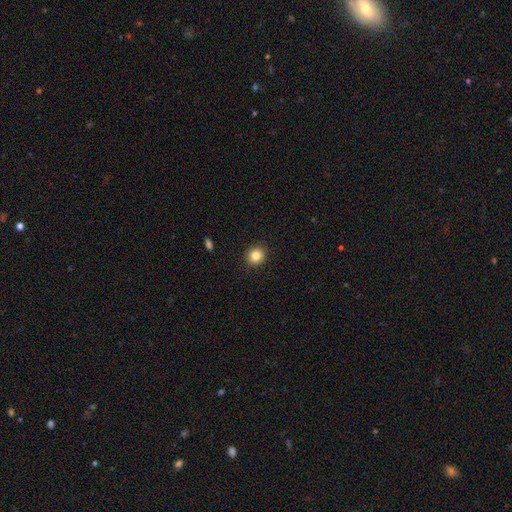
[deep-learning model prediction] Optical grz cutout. It shows a smooth galaxy with no disk features (83%) that is round (85%). Merging: none (91%).